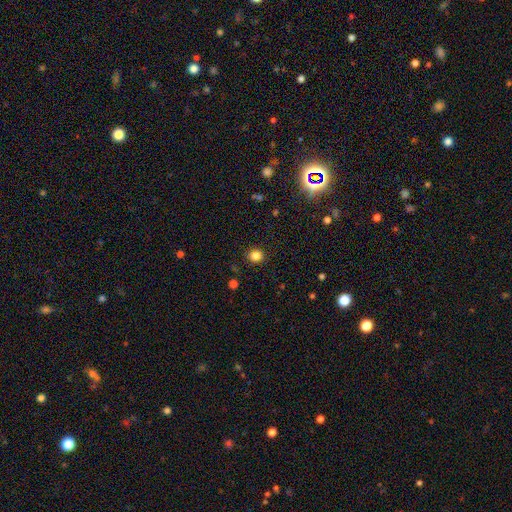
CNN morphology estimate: A smooth galaxy with no disk features (83%) that is round (82%).

Vote fractions:
- Smooth or featured? smooth: 83% / star or artifact: 13% / featured or disk: 4%
- How rounded? round: 82% / in between: 17% / cigar-shaped: 1%
- Merging? none: 90% / minor disturbance: 7% / major disturbance: 2% / merger: 1%